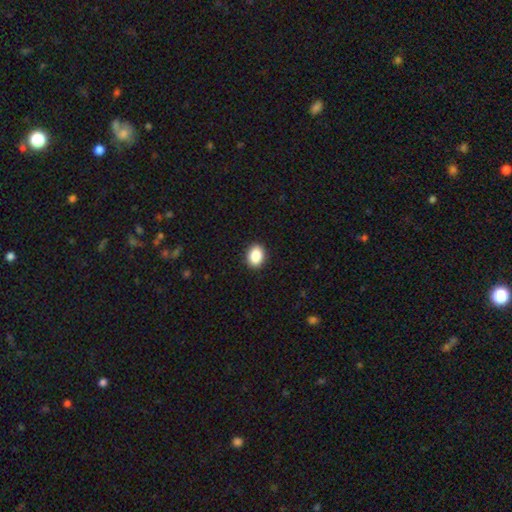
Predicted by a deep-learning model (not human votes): Q: Smooth or featured?
A: smooth (88%); runner-up: star or artifact (8%)
Q: How rounded?
A: in between (65%); runner-up: round (35%)
Q: Merging?
A: none (91%); runner-up: minor disturbance (6%)